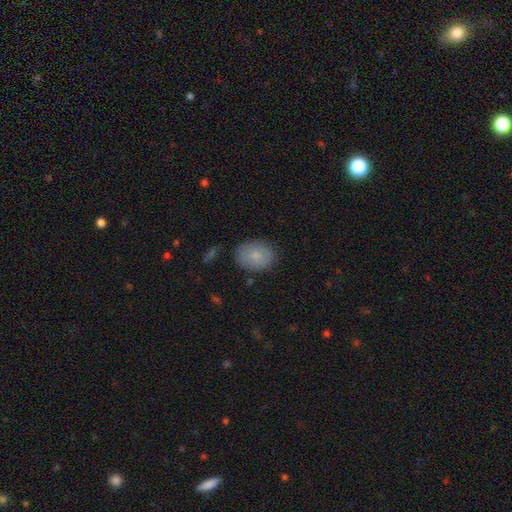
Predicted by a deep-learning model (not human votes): smooth 81%, featured or disk 11%, star or artifact 7%. Down the decision tree: how rounded — in between (71%); merging — none (83%).